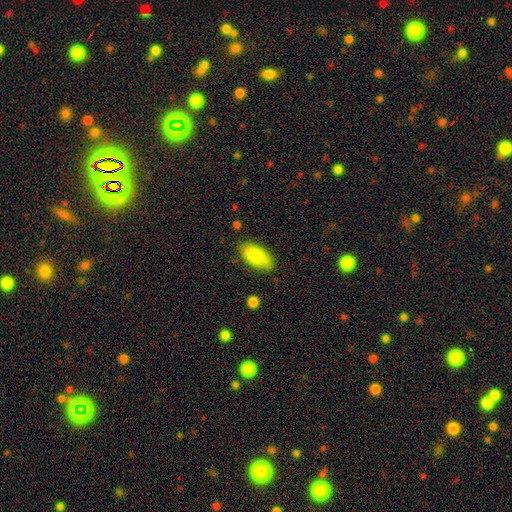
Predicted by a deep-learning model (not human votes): Q: Smooth or featured?
A: smooth (86%); runner-up: featured or disk (8%)
Q: How rounded?
A: in between (92%); runner-up: cigar-shaped (5%)
Q: Merging?
A: none (81%); runner-up: minor disturbance (14%)